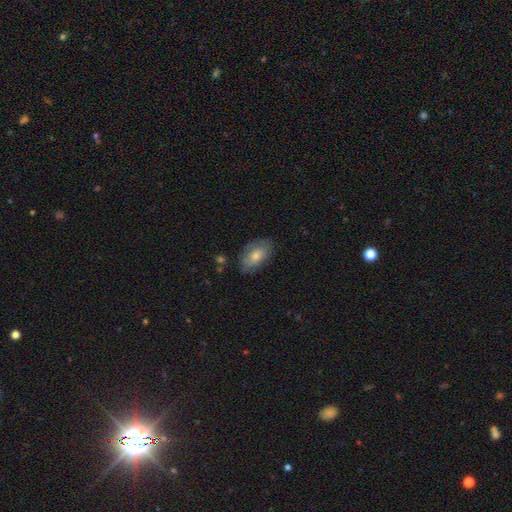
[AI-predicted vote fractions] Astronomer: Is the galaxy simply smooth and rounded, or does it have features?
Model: smooth — 64%.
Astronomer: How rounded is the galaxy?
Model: in between — 91%.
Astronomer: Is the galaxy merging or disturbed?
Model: none — 79%.